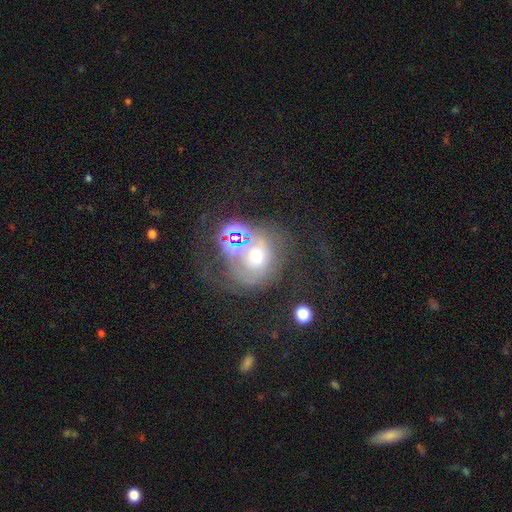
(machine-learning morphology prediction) type=smooth (40%); merging=none (33%).